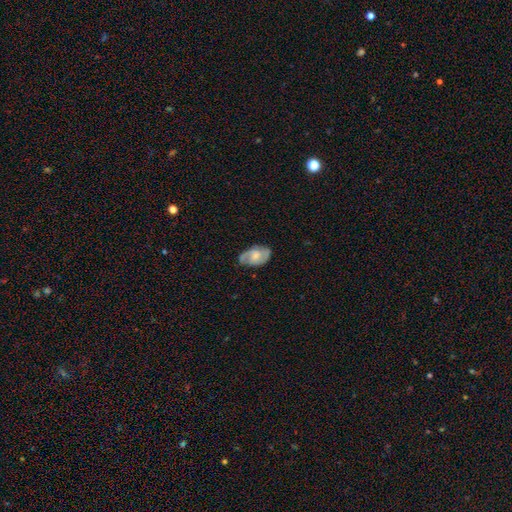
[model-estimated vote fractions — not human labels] Smooth or featured?
  - featured or disk: 60% *
  - smooth: 34%
  - star or artifact: 7%
Edge-on disk?
  - no: 96% *
  - yes: 4%
Bar?
  - no: 55% *
  - weak: 38%
  - strong: 7%
Spiral arms?
  - yes: 84% *
  - no: 16%
Bulge size?
  - moderate: 42% *
  - small: 29%
  - none: 15%
  - large: 12%
  - dominant: 2%
Merging?
  - none: 70% *
  - minor disturbance: 23%
  - major disturbance: 6%
  - merger: 1%